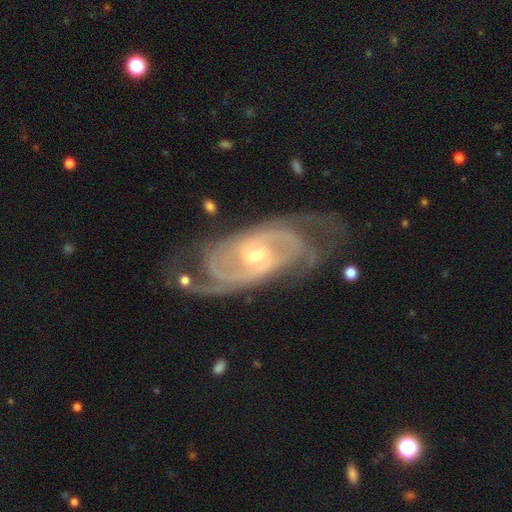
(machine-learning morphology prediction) Overall: featured or disk (90%). Edge-on disk: no (95%). Bar: no (50%; weak 34%). Spiral arms: yes (97%). Spiral arm count: 2 (66%). Spiral winding: tight (53%; medium 37%). Bulge size: small (62%; moderate 35%). Merging: none (67%).